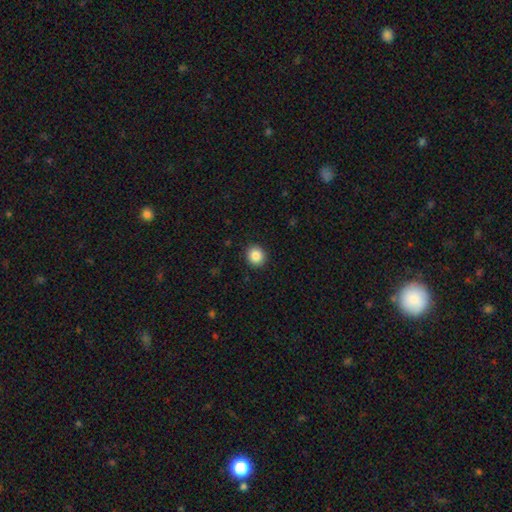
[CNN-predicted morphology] Smooth or featured?
  - smooth: 86% *
  - star or artifact: 9%
  - featured or disk: 5%
How rounded?
  - round: 83% *
  - in between: 16%
  - cigar-shaped: 1%
Merging?
  - none: 91% *
  - minor disturbance: 6%
  - major disturbance: 2%
  - merger: 1%